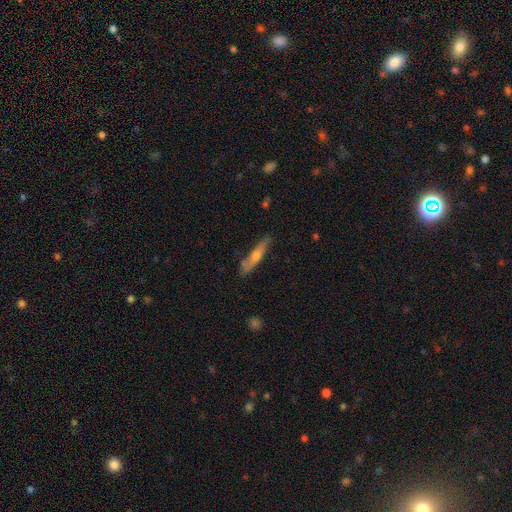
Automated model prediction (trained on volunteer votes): This appears to be a featured or disk galaxy (49%). Merging: none (75%).